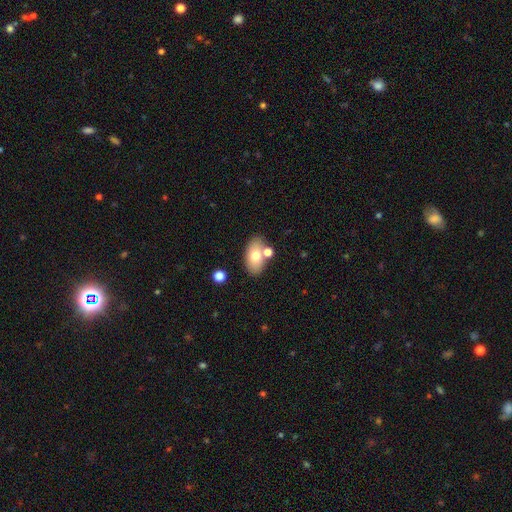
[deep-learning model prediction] Morphology: type=smooth (71%); roundness=in between (90%); merging=none (70%).